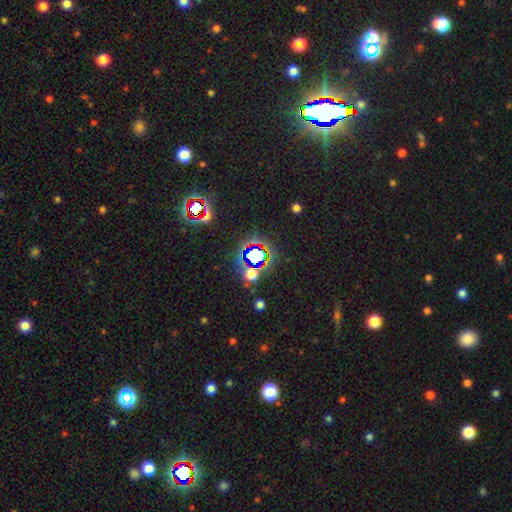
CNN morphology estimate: Smooth or featured?
  - star or artifact: 71% *
  - smooth: 19%
  - featured or disk: 10%